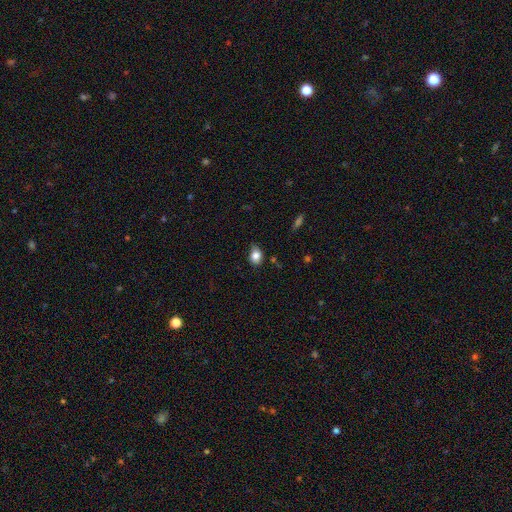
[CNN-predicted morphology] This is clearly a smooth galaxy (83%). How rounded: likely in between (62%). Merging: likely none (67%).